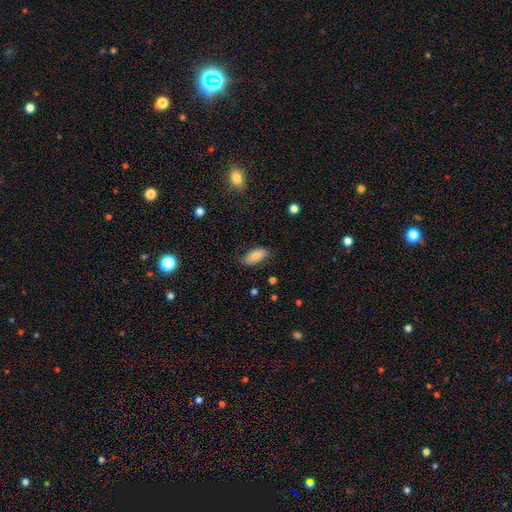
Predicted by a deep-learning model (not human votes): Overall: smooth (81%). How rounded: in between (91%). Merging: none (76%).